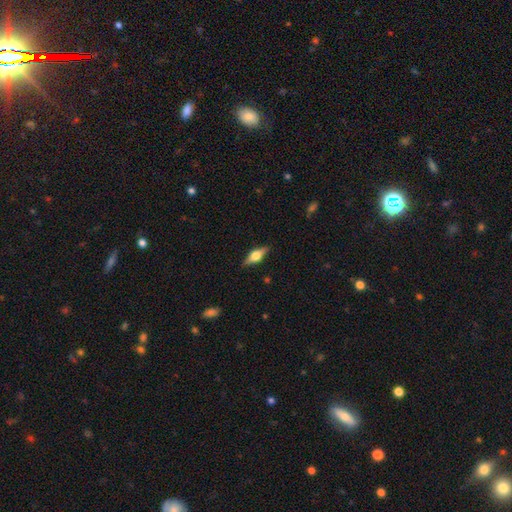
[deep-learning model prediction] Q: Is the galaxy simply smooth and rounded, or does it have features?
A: featured or disk — 62%.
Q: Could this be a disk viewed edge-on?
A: yes — 95%.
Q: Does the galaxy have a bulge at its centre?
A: rounded — 92%.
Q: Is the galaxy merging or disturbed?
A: none — 87%.